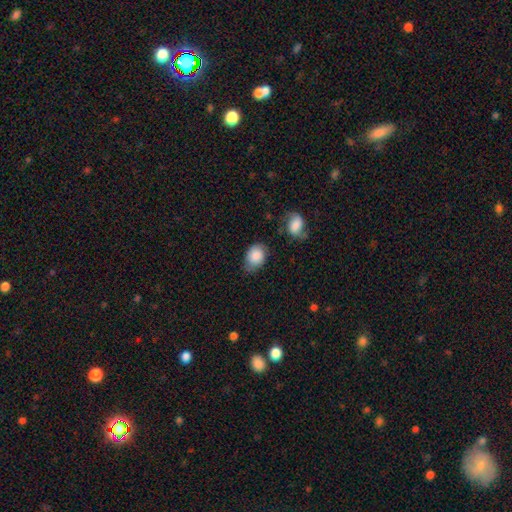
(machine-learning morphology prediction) This is clearly a smooth galaxy (86%). How rounded: likely in between (70%). Merging: likely none (60%).